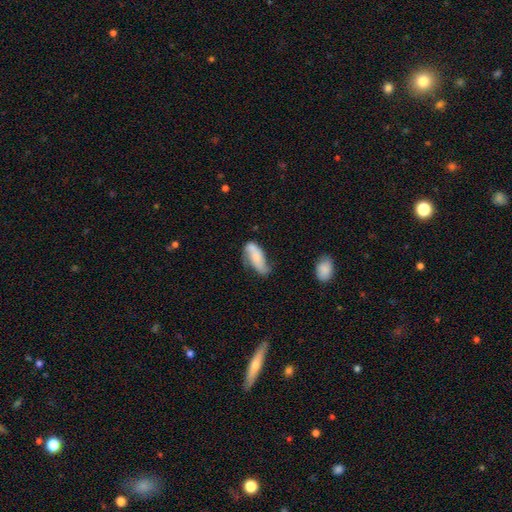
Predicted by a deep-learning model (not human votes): Smooth or featured? Predicted: smooth (p=0.61). How rounded? Predicted: in between (p=0.73). Merging? Predicted: none (p=0.39).